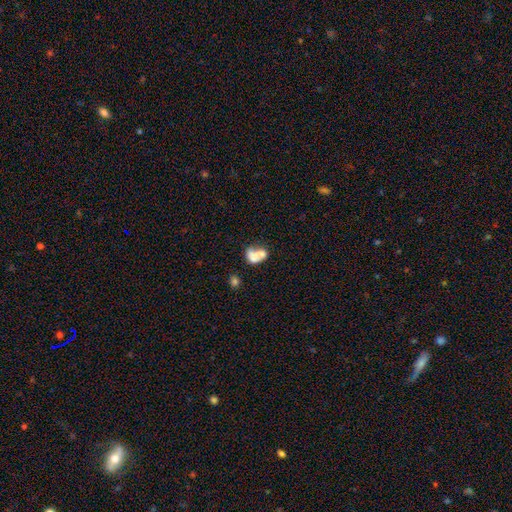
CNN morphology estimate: Smooth or featured? smooth (63%)
How rounded? in between (74%)
Merging? merger (57%)